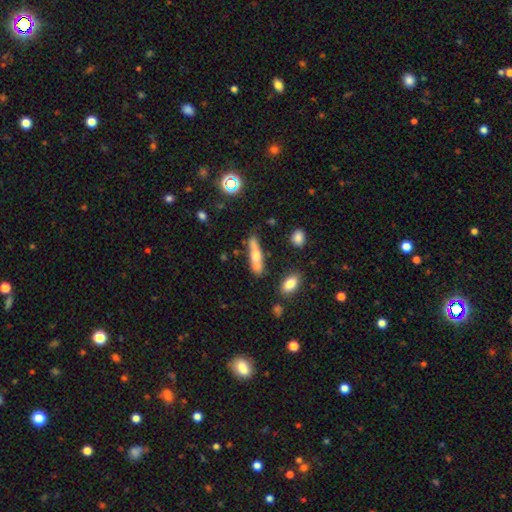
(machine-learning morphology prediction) This appears to be a smooth galaxy with no disk features (55%) that is cigar-shaped (71%). Merging: none (67%).